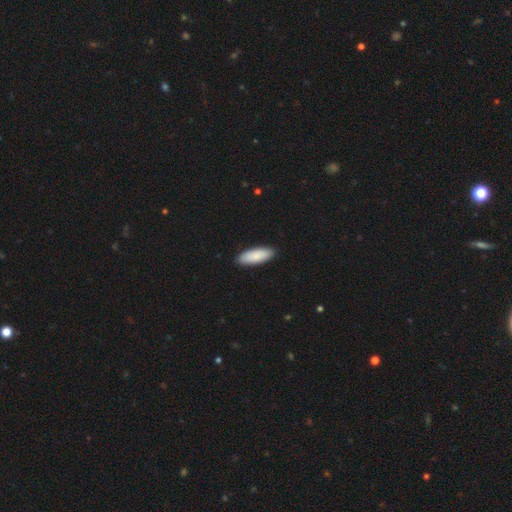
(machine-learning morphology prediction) Smooth or featured?
  - smooth: 87% *
  - featured or disk: 8%
  - star or artifact: 5%
How rounded?
  - in between: 69% *
  - cigar-shaped: 29%
  - round: 2%
Merging?
  - none: 90% *
  - minor disturbance: 7%
  - major disturbance: 1%
  - merger: 1%